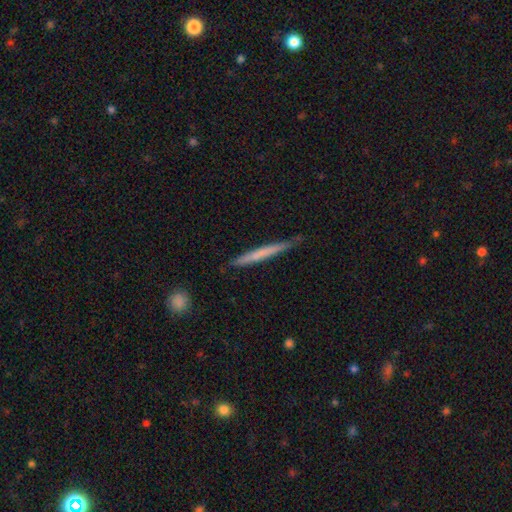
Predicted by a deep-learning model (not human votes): Overall: featured or disk (47%; smooth 45%). Merging: none (90%).